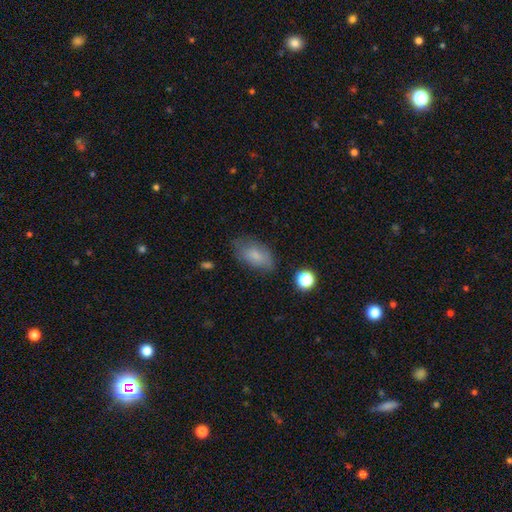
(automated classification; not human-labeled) The model was most divided on "merging": none: 66%, minor disturbance: 24%, major disturbance: 8%, merger: 2%. More confident: how rounded — in between (91%); smooth or featured — smooth (78%).